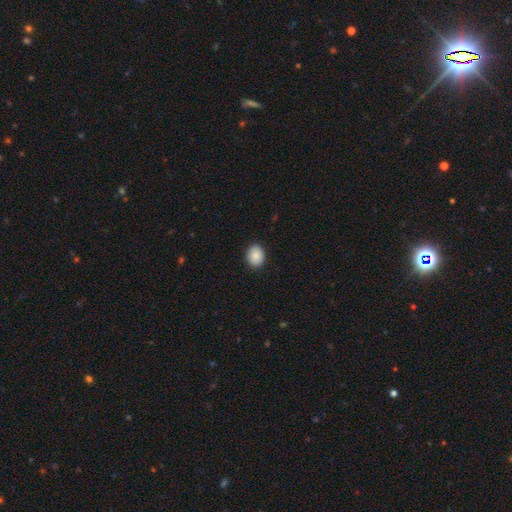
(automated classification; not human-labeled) This is clearly a smooth galaxy (88%). How rounded: possibly in between (55%). Merging: clearly none (90%).